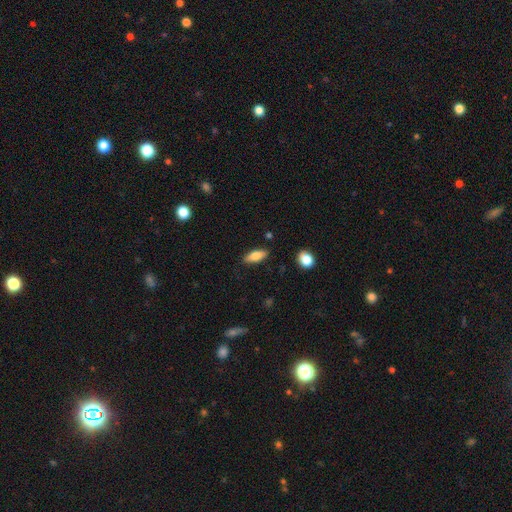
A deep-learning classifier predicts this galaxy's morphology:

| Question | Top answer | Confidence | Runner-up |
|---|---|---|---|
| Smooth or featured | smooth | 77% | featured or disk (16%) |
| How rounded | in between | 74% | cigar-shaped (23%) |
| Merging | none | 86% | minor disturbance (10%) |